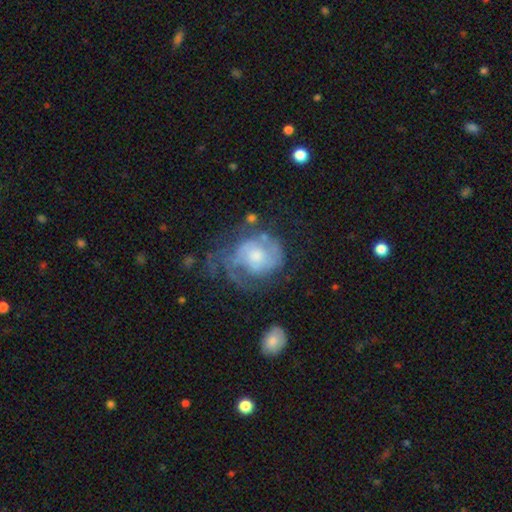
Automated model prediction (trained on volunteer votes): Smooth or featured? featured or disk (72%)
Edge-on disk? no (98%)
Bar? no (71%)
Spiral arms? yes (82%)
Spiral winding? tight (43%)
Spiral arm count? 2 (40%)
Bulge size? moderate (51%)
Merging? none (40%)